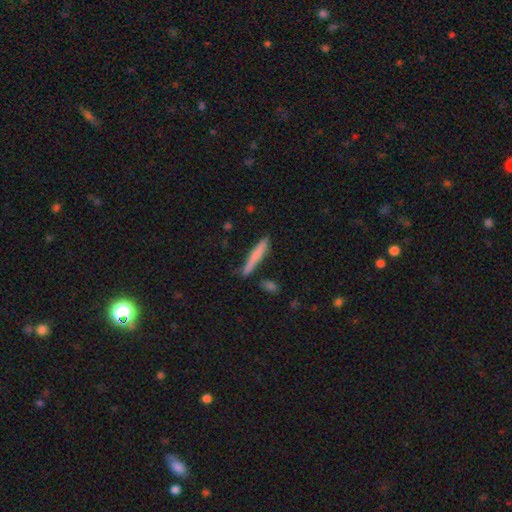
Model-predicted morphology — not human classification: Smooth or featured: smooth — 71% (featured or disk — 23%)
How rounded: cigar-shaped — 95% (in between — 4%)
Merging: none — 81% (minor disturbance — 13%)